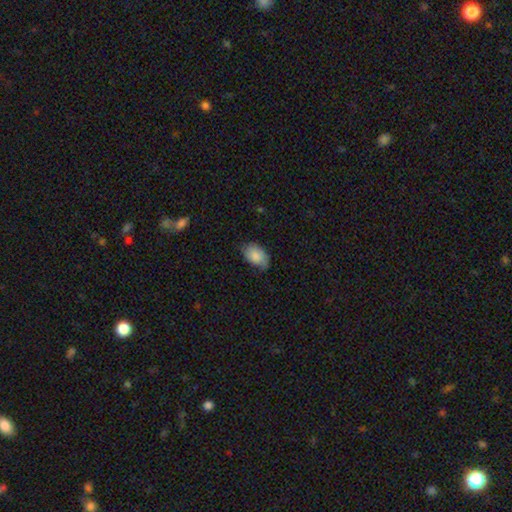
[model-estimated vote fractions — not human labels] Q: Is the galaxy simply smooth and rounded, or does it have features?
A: smooth — 82%.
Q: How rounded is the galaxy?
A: in between — 90%.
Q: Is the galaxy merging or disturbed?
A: none — 62%.